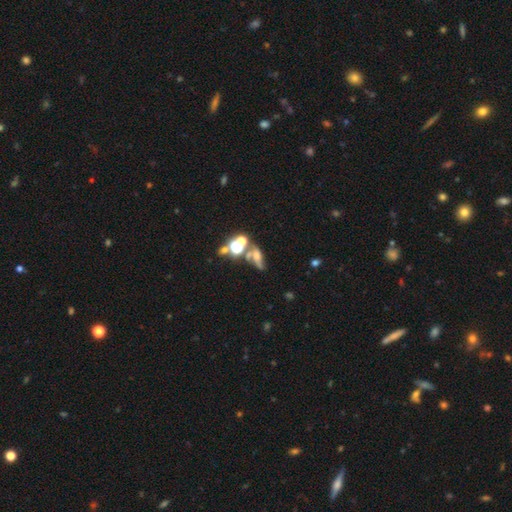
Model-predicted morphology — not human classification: Overall: featured or disk (39%; smooth 34%). Merging: merger (34%; none 32%).